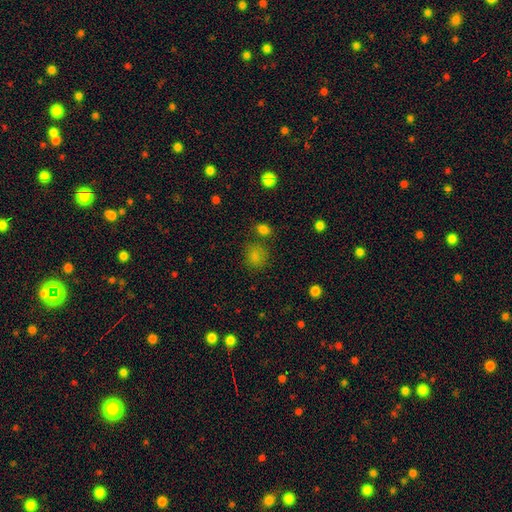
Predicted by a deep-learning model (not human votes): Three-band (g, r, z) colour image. It shows a smooth galaxy with no disk features (77%) that is round (70%). Merging: none (68%).